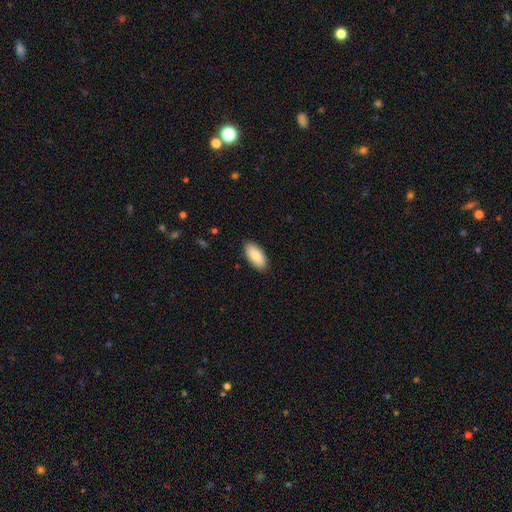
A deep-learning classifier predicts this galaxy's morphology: Smooth or featured? Predicted: smooth (p=0.84). How rounded? Predicted: in between (p=0.90). Merging? Predicted: none (p=0.88).